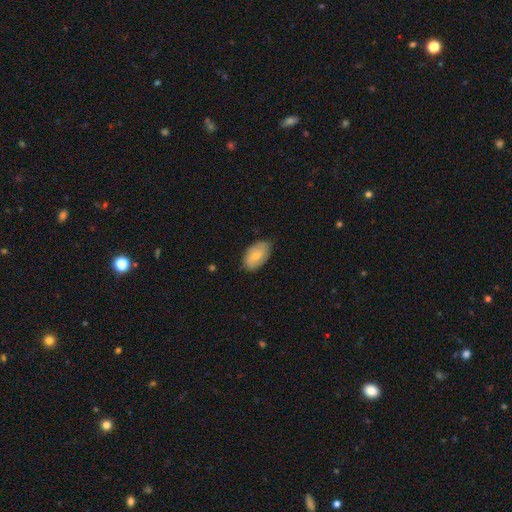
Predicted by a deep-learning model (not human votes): Smooth or featured? smooth (62%)
How rounded? in between (93%)
Merging? none (77%)